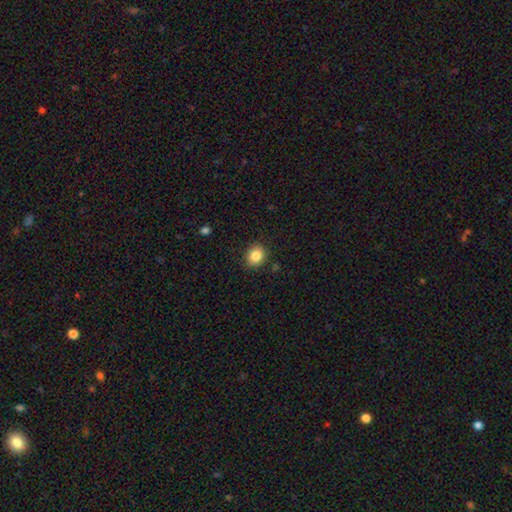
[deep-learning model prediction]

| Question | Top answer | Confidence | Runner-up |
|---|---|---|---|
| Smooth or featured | smooth | 85% | star or artifact (10%) |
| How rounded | round | 72% | in between (27%) |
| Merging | none | 89% | minor disturbance (8%) |